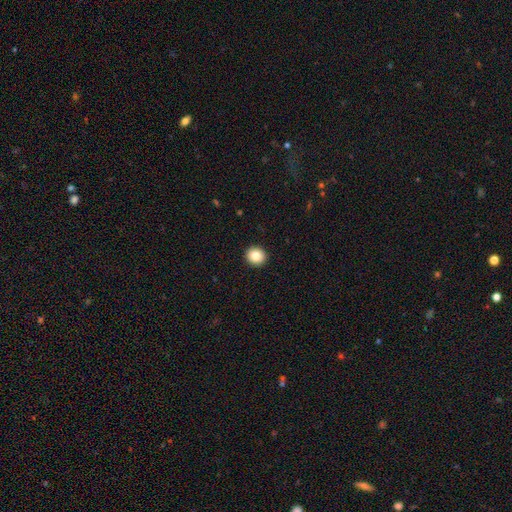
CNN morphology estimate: Smooth or featured? Predicted: smooth (p=0.84). How rounded? Predicted: round (p=0.88). Merging? Predicted: none (p=0.93).